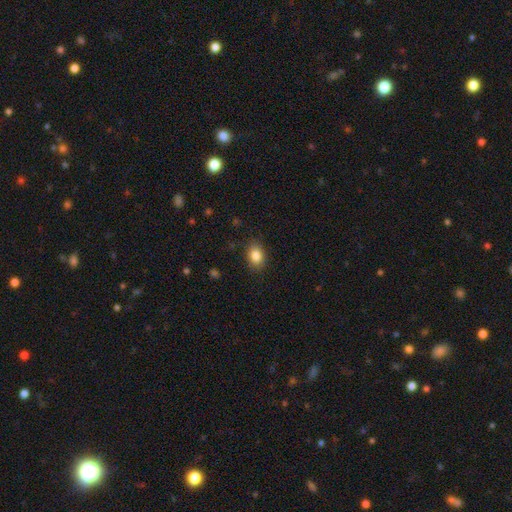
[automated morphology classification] This is clearly a smooth galaxy (85%). How rounded: likely in between (78%). Merging: clearly none (86%).